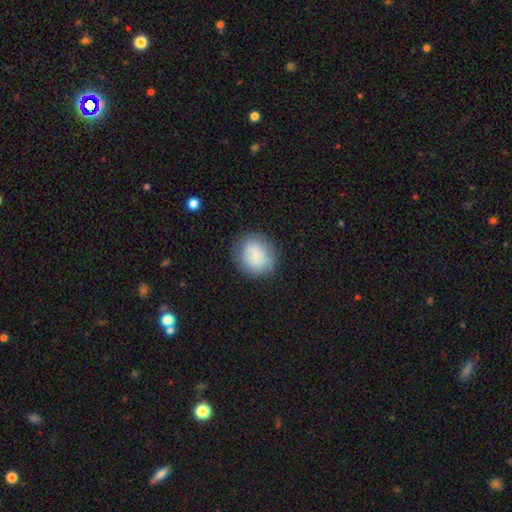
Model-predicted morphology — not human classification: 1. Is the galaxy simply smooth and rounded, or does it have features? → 78% smooth, 14% featured or disk, 8% star or artifact.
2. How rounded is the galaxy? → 77% round, 22% in between, 1% cigar-shaped.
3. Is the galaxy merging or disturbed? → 80% none, 14% minor disturbance, 5% major disturbance, 1% merger.